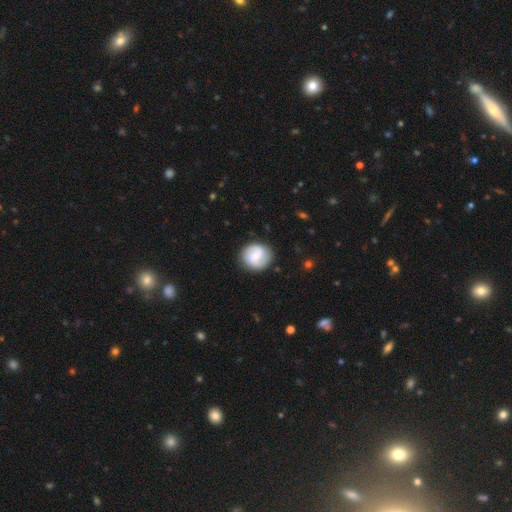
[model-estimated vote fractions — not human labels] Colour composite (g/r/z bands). It shows a featured or disk galaxy (58%) with no bar (47%), spiral arms (88%) and a small central bulge (51%). Merging: none (85%).